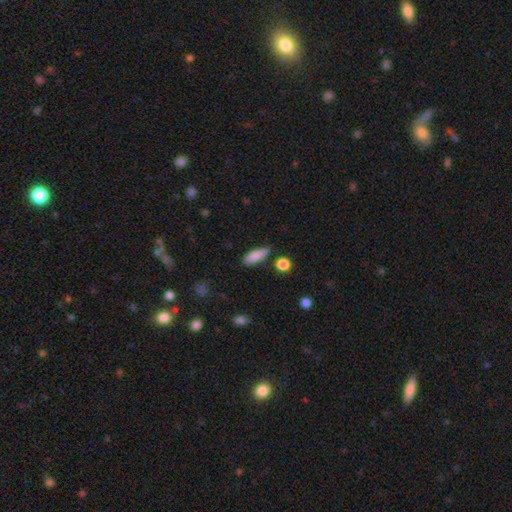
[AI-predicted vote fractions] This appears to be a smooth galaxy with no disk features (84%) that is in between round and cigar-shaped (68%). Merging: none (78%).